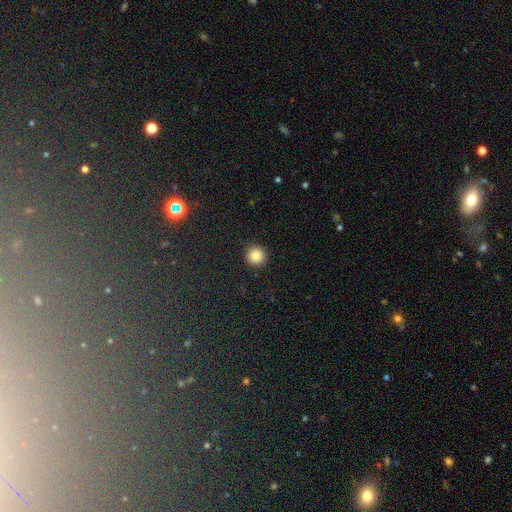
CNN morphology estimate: This is clearly a smooth galaxy (86%). How rounded: clearly round (96%). Merging: clearly none (93%).